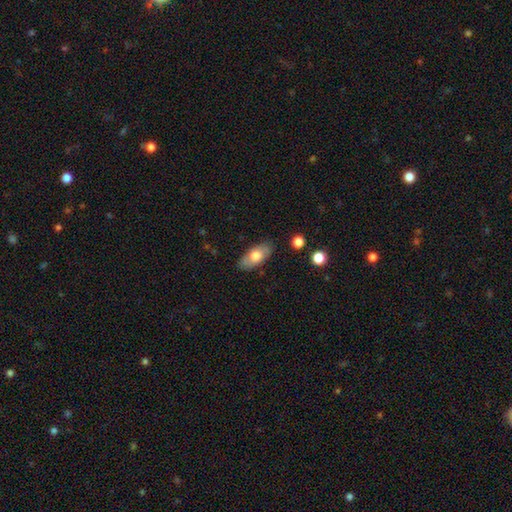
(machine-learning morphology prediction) Smooth or featured?
  - smooth: 70% *
  - featured or disk: 24%
  - star or artifact: 6%
How rounded?
  - in between: 89% *
  - cigar-shaped: 8%
  - round: 3%
Merging?
  - none: 84% *
  - minor disturbance: 12%
  - major disturbance: 3%
  - merger: 1%